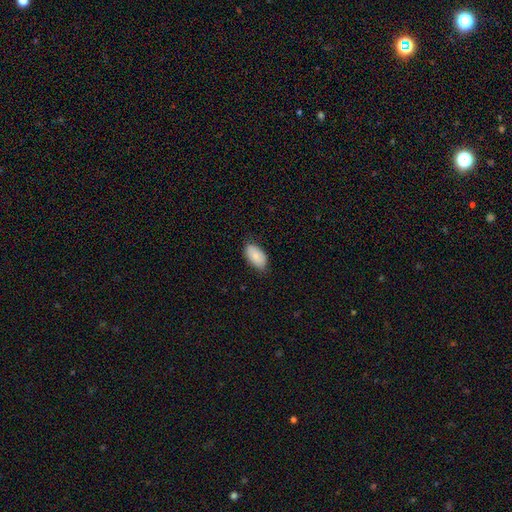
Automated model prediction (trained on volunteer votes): Smooth or featured?
  - smooth: 82% *
  - featured or disk: 12%
  - star or artifact: 6%
How rounded?
  - in between: 95% *
  - round: 4%
  - cigar-shaped: 2%
Merging?
  - none: 79% *
  - minor disturbance: 18%
  - major disturbance: 3%
  - merger: 1%